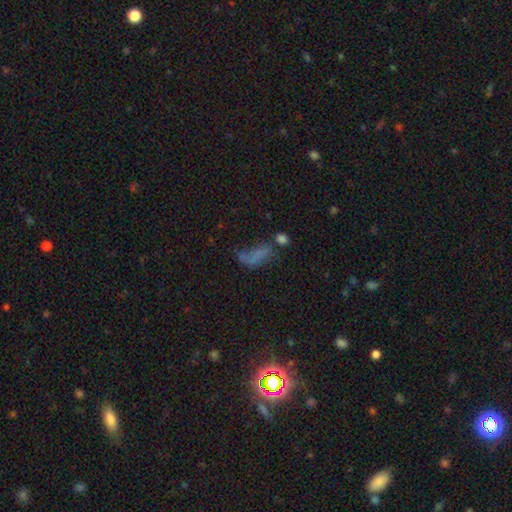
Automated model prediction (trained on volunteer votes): smooth_or_featured: smooth (p=0.50) [alt: featured or disk p=0.27]
merging: none (p=0.31) [alt: major disturbance p=0.28]